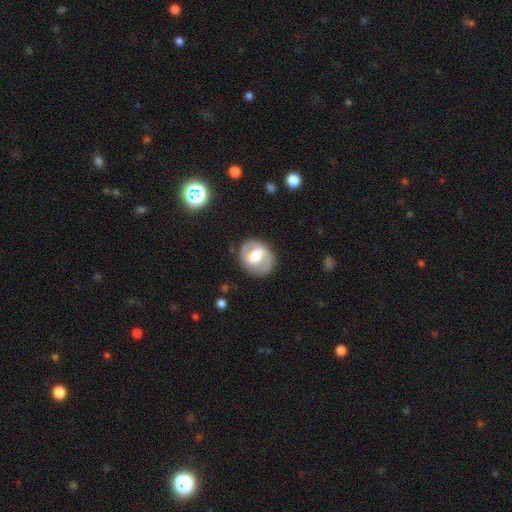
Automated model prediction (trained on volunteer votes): Smooth or featured?
  - featured or disk: 74% *
  - smooth: 20%
  - star or artifact: 5%
Edge-on disk?
  - no: 97% *
  - yes: 3%
Bar?
  - weak: 41% * (tied)
  - strong: 41% * (tied)
  - no: 18%
Spiral arms?
  - yes: 77% *
  - no: 23%
Spiral winding?
  - medium: 48% *
  - tight: 33%
  - loose: 19%
Spiral arm count?
  - 2: 88% *
  - can't tell: 6%
  - 1: 3%
  - 3: 1%
  - 4: 1%
  - more than 4: 1%
Bulge size?
  - moderate: 56% *
  - large: 28%
  - small: 11%
  - dominant: 3%
  - none: 2%
Merging?
  - none: 84% *
  - minor disturbance: 10%
  - major disturbance: 4%
  - merger: 1%